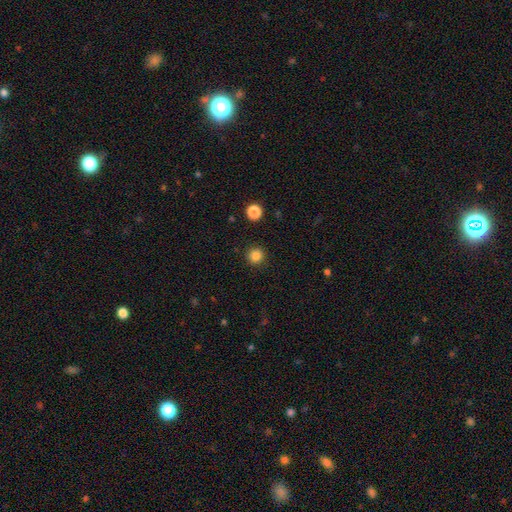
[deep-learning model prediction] The model was most divided on "smooth or featured": smooth: 84%, star or artifact: 12%, featured or disk: 4%. More confident: how rounded — round (94%); merging — none (92%).